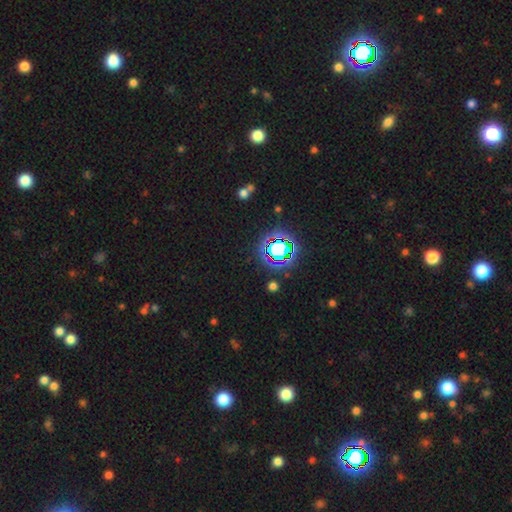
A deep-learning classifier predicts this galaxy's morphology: This is likely a star or artifact rather than a galaxy (77%).